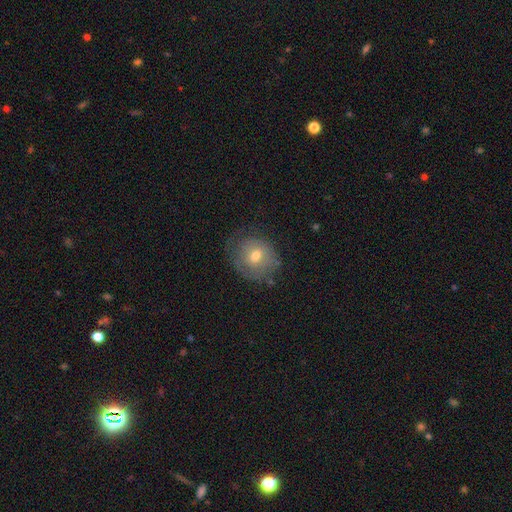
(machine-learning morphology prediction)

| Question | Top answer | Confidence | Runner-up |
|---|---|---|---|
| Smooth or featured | smooth | 56% | featured or disk (35%) |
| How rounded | round | 80% | in between (19%) |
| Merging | none | 63% | minor disturbance (23%) |